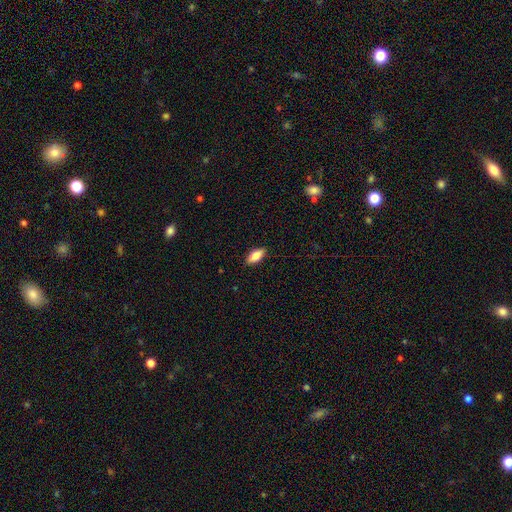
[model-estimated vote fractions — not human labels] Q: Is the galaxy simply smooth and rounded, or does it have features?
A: smooth — 76%.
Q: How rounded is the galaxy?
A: in between — 82%.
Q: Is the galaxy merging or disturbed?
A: none — 89%.